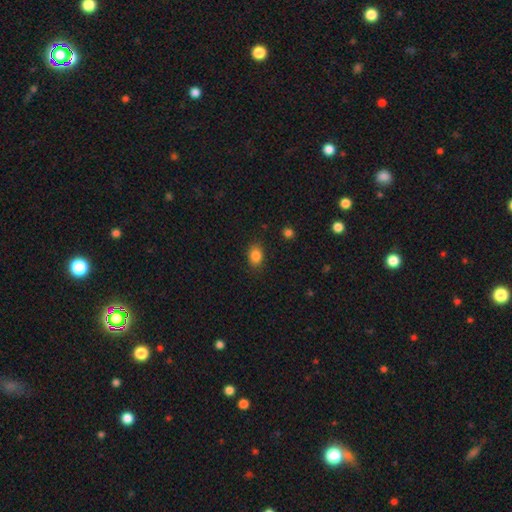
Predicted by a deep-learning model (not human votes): Smooth or featured? Predicted: smooth (p=0.84). How rounded? Predicted: in between (p=0.70). Merging? Predicted: none (p=0.85).